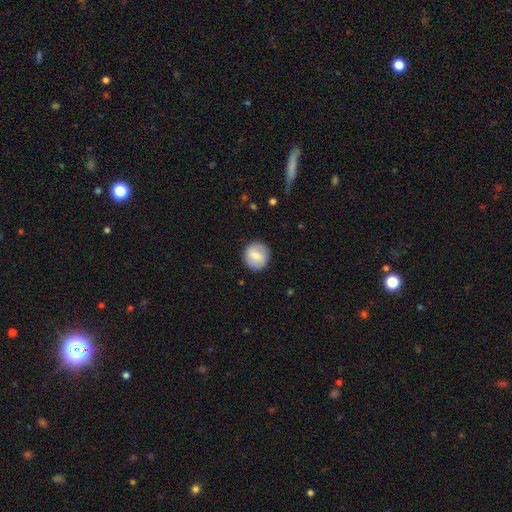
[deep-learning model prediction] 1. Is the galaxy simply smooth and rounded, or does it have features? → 65% smooth, 28% featured or disk, 7% star or artifact.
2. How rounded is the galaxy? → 88% round, 11% in between, 1% cigar-shaped.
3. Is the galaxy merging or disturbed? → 85% none, 11% minor disturbance, 3% major disturbance, 1% merger.